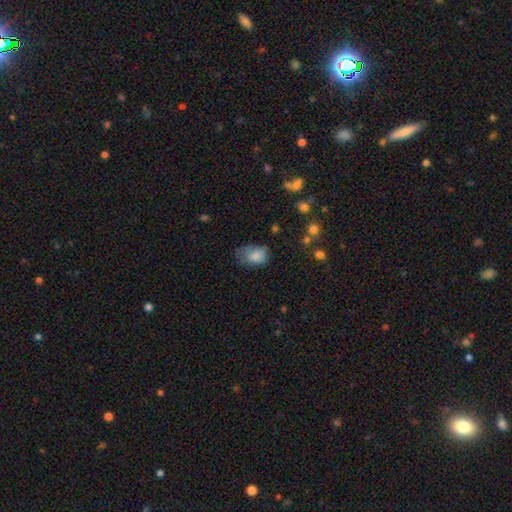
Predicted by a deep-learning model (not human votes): A smooth galaxy with no disk features (80%) that is in between round and cigar-shaped (73%). Merging: none (45%).